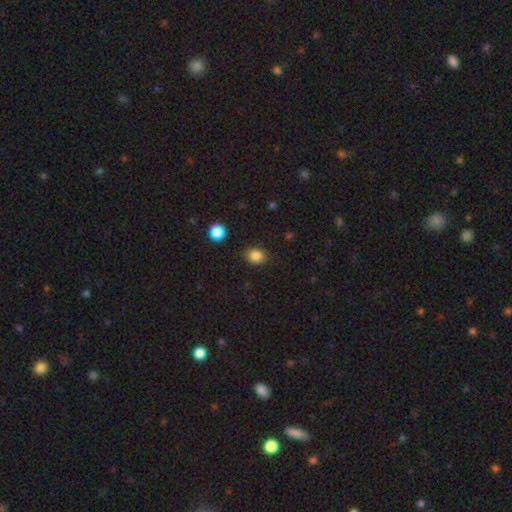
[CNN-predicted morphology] type=smooth (85%); roundness=round (60%); merging=none (87%).